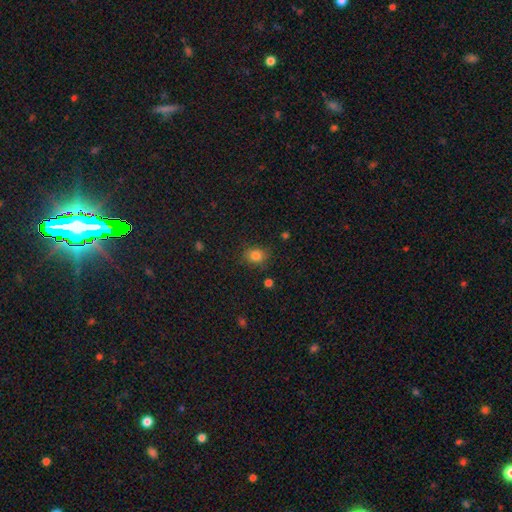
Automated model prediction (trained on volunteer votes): Smooth or featured? smooth (82%)
How rounded? round (62%)
Merging? none (81%)